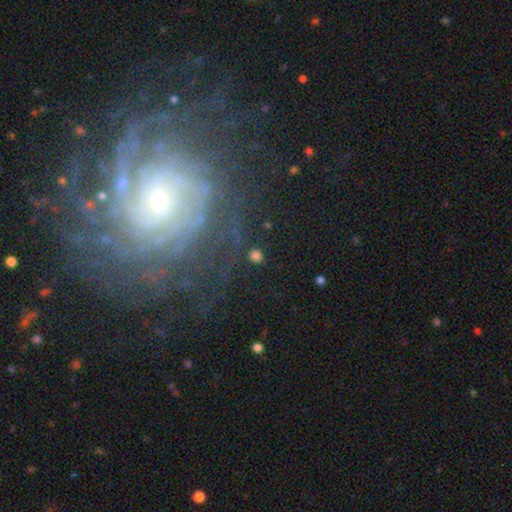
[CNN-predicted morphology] The model was most divided on "smooth or featured": smooth: 74%, star or artifact: 18%, featured or disk: 8%. More confident: how rounded — round (92%); merging — none (88%).